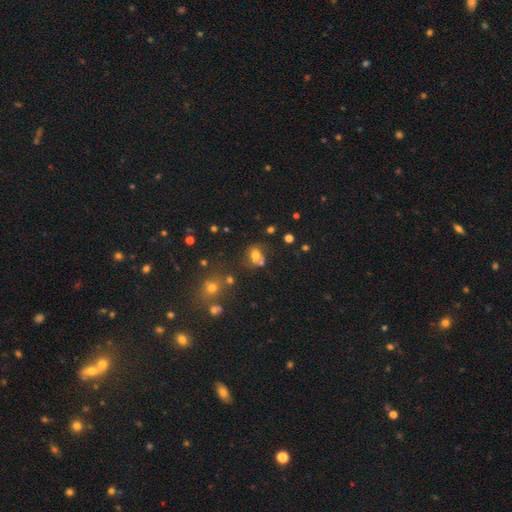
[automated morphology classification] Overall: smooth (68%). How rounded: in between (50%; round 49%). Merging: none (47%; merger 27%).